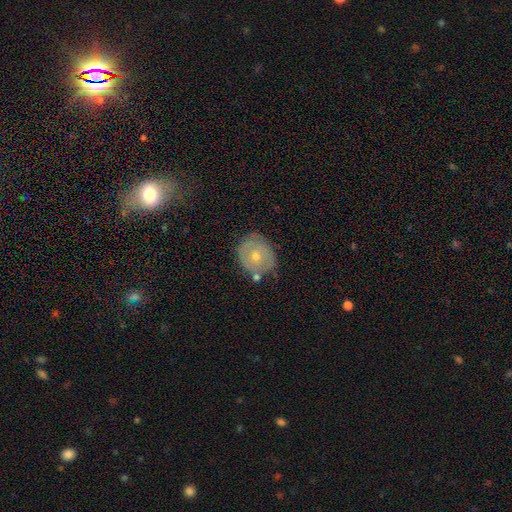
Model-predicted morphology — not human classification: Smooth or featured? Predicted: smooth (p=0.53). How rounded? Predicted: round (p=0.75). Merging? Predicted: none (p=0.64).